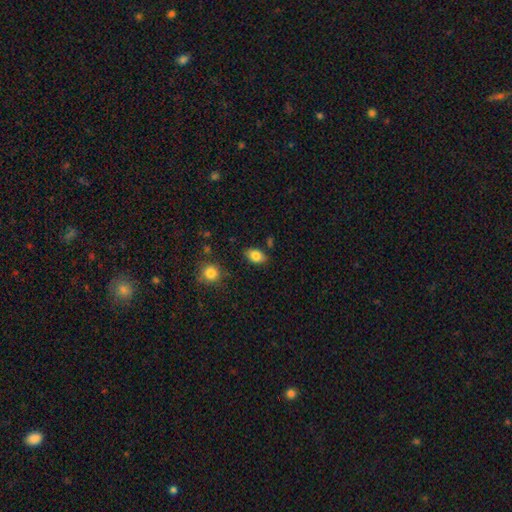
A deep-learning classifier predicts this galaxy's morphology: Q: Smooth or featured?
A: smooth (84%); runner-up: star or artifact (8%)
Q: How rounded?
A: in between (85%); runner-up: round (13%)
Q: Merging?
A: none (81%); runner-up: minor disturbance (13%)